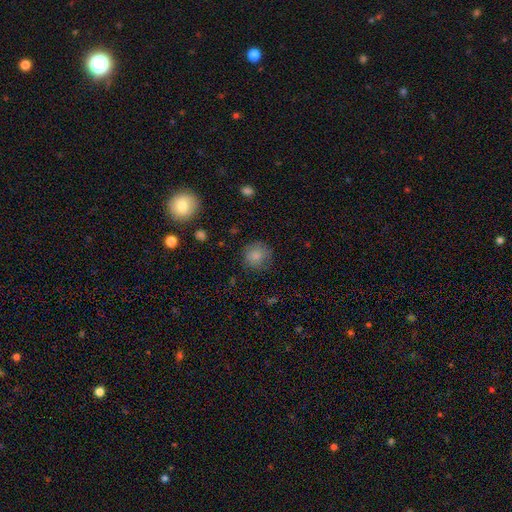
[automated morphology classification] smooth-or-featured: smooth: 84% | star or artifact: 9% | featured or disk: 7%
  how-rounded: round: 91% | in between: 8% | cigar-shaped: 1%
  merging: none: 77% | minor disturbance: 16% | major disturbance: 5% | merger: 1%